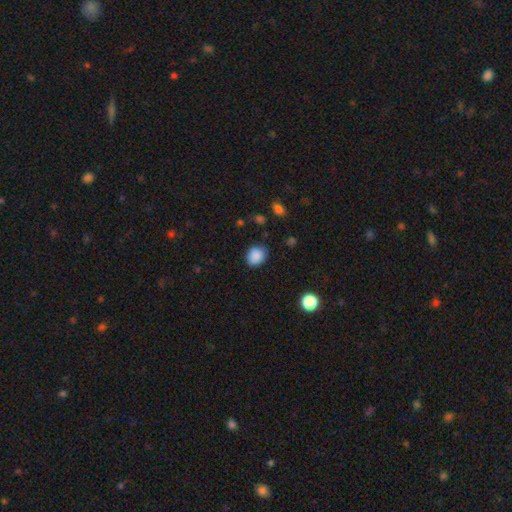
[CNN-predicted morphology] smooth_or_featured: smooth (p=0.88) [alt: star or artifact p=0.09]
how_rounded: round (p=0.56) [alt: in between p=0.43]
merging: none (p=0.80) [alt: minor disturbance p=0.15]